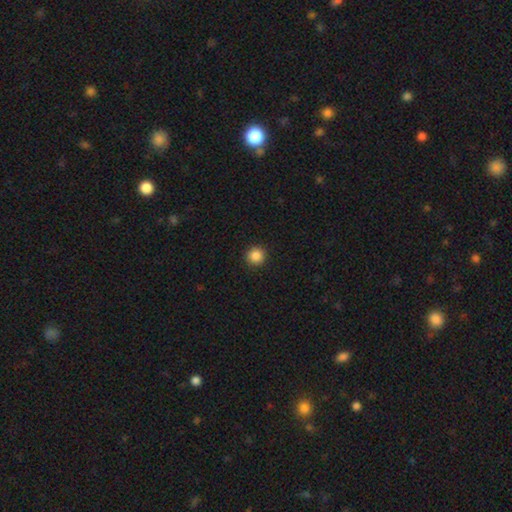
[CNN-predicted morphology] smooth-or-featured: smooth: 87% | star or artifact: 10% | featured or disk: 3%
  how-rounded: round: 95% | in between: 4% | cigar-shaped: 1%
  merging: none: 92% | minor disturbance: 5% | major disturbance: 2% | merger: 1%